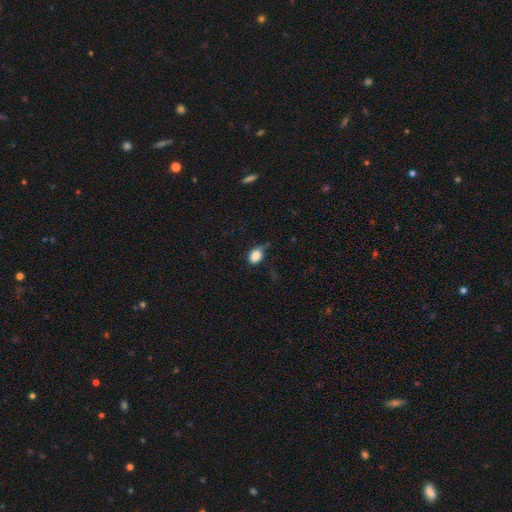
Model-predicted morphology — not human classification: Smooth or featured: smooth — 85% (star or artifact — 9%)
How rounded: in between — 69% (round — 29%)
Merging: none — 49% (minor disturbance — 36%)